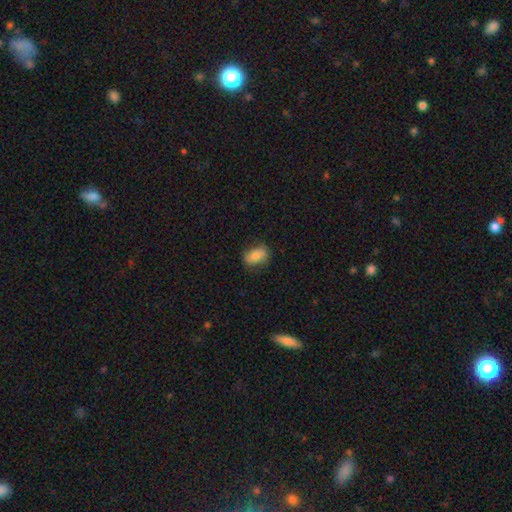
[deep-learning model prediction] This is likely a smooth galaxy (75%). How rounded: clearly in between (83%). Merging: likely none (77%).